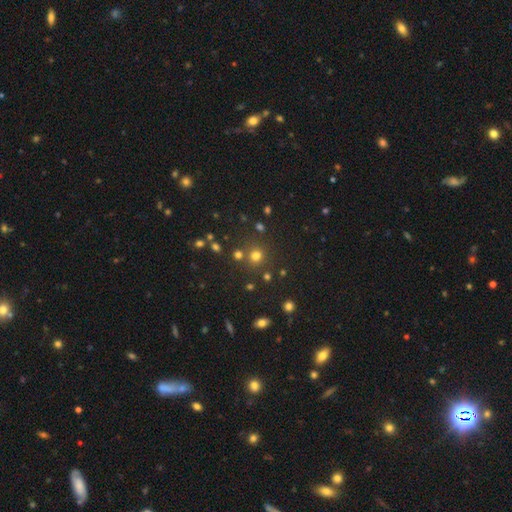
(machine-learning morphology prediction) smooth 72%, star or artifact 21%, featured or disk 7%. Down the decision tree: how rounded — round (88%); merging — none (76%).